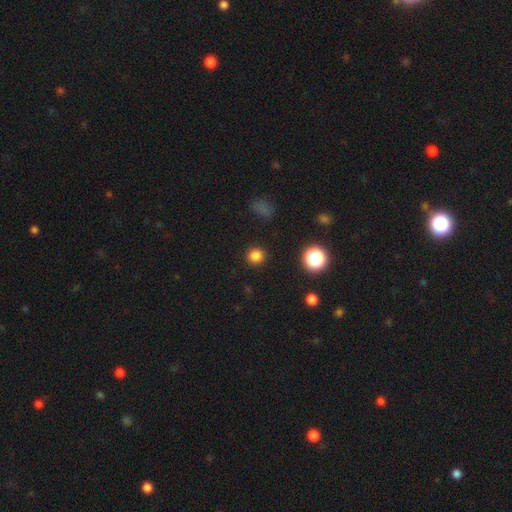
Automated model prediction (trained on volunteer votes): smooth-or-featured: smooth: 82% | star or artifact: 15% | featured or disk: 4%
  how-rounded: round: 92% | in between: 7% | cigar-shaped: 1%
  merging: none: 92% | minor disturbance: 5% | major disturbance: 2% | merger: 1%